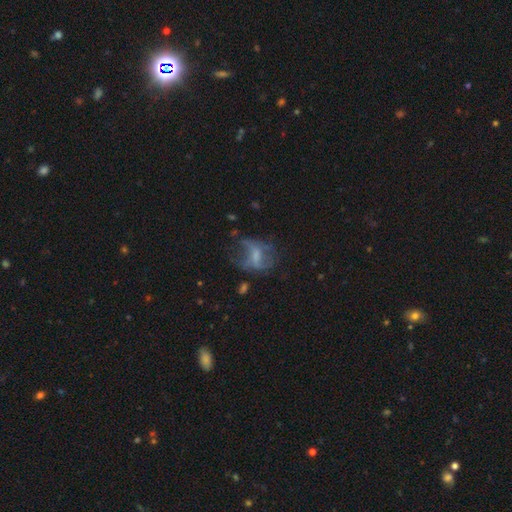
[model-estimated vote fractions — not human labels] featured or disk 55%, smooth 31%, star or artifact 13%. Down the decision tree: edge-on disk — no (96%); bar — no (43%); spiral arms — no (51%); bulge size — none (38%); merging — major disturbance (39%).